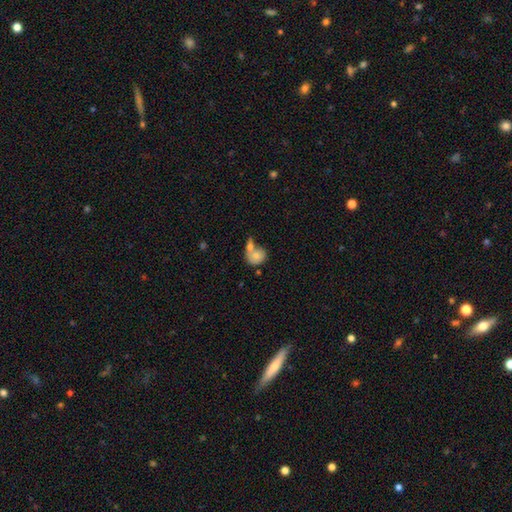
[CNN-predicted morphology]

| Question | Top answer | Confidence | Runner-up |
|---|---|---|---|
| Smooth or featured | smooth | 75% | featured or disk (18%) |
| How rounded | round | 63% | in between (36%) |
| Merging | merger | 50% | none (31%) |